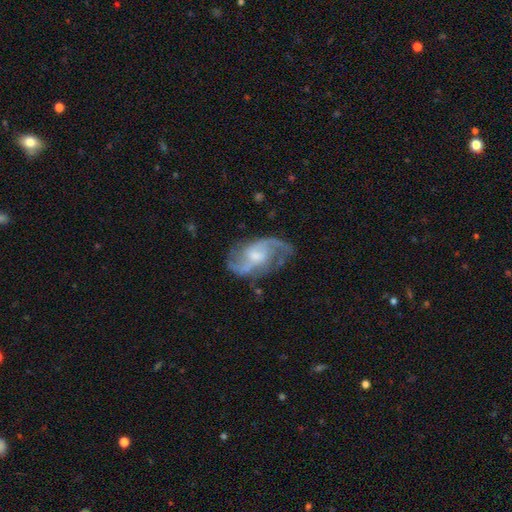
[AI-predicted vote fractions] smooth_or_featured: featured or disk (p=0.88) [alt: smooth p=0.07]
disk_edge_on: no (p=0.97) [alt: yes p=0.03]
bar: weak (p=0.51) [alt: no p=0.36]
has_spiral_arms: yes (p=0.96) [alt: no p=0.04]
spiral_winding: medium (p=0.49) [alt: loose p=0.37]
spiral_arm_count: 2 (p=0.81) [alt: 3 p=0.06]
bulge_size: small (p=0.43) [alt: moderate p=0.42]
merging: none (p=0.69) [alt: minor disturbance p=0.18]